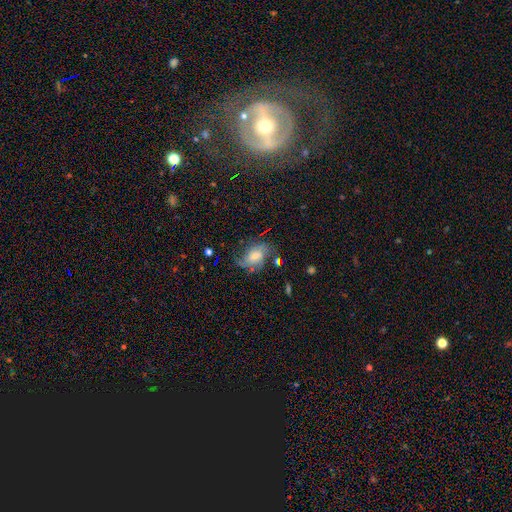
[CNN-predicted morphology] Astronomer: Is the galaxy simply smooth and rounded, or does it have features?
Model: featured or disk — 52% (runner-up: smooth, 35%).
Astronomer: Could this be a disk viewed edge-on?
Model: no — 95%.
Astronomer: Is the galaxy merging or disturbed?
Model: none — 54%.